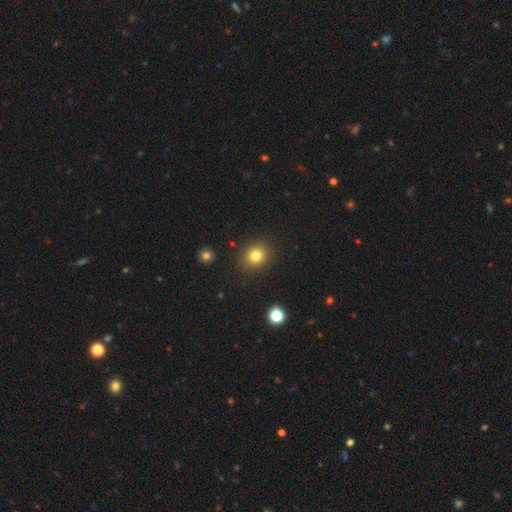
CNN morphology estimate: Smooth or featured? smooth (81%)
How rounded? round (72%)
Merging? none (88%)